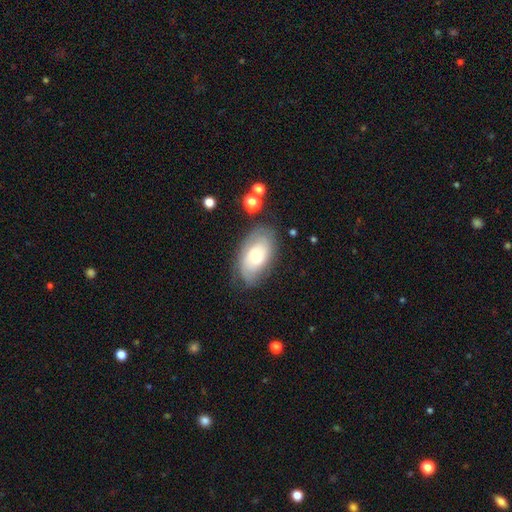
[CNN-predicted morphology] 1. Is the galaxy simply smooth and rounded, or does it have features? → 50% smooth, 42% featured or disk, 8% star or artifact.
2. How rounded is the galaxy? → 93% in between, 5% round, 2% cigar-shaped.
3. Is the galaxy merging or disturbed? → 68% none, 21% minor disturbance, 8% major disturbance, 3% merger.